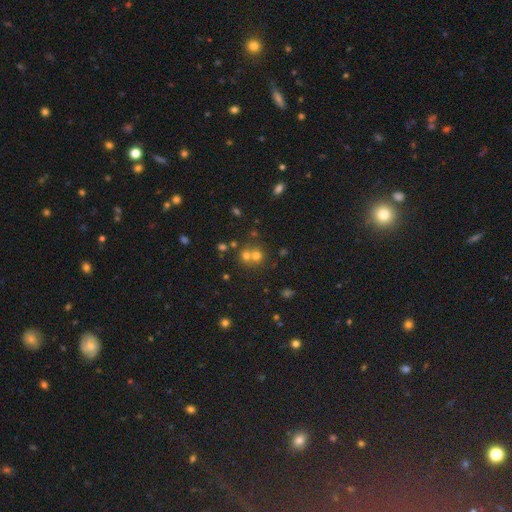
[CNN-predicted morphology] type=smooth (63%); roundness=round (84%); merging=merger (49%).